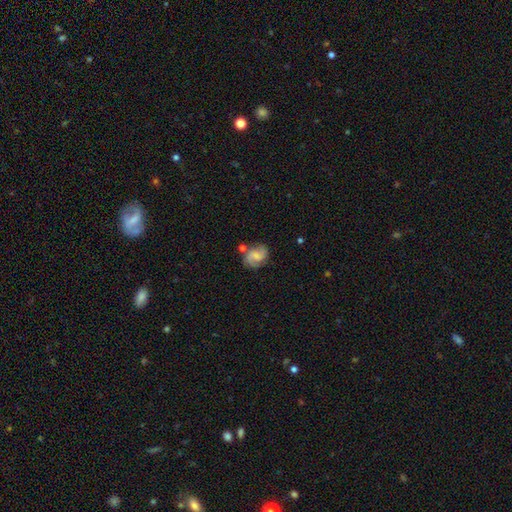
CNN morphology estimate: Q: Smooth or featured?
A: featured or disk (67%); runner-up: smooth (25%)
Q: Edge-on disk?
A: no (98%); runner-up: yes (2%)
Q: Bar?
A: weak (45%); tied with: no (45%)
Q: Spiral arms?
A: yes (93%); runner-up: no (7%)
Q: Spiral winding?
A: medium (50%); runner-up: loose (25%)
Q: Spiral arm count?
A: 2 (82%); runner-up: can't tell (7%)
Q: Bulge size?
A: small (34%); runner-up: none (33%)
Q: Merging?
A: none (67%); runner-up: minor disturbance (18%)